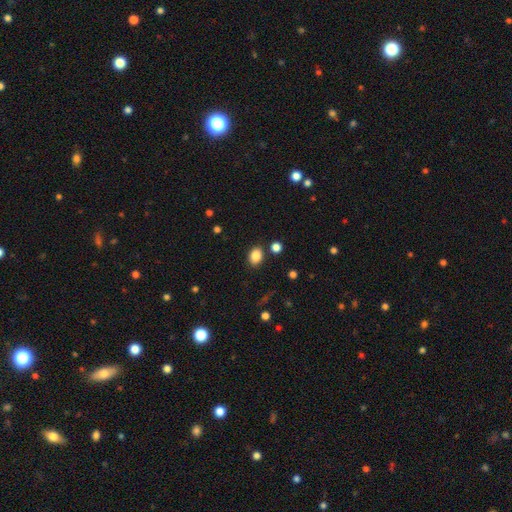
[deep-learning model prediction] smooth_or_featured: smooth (p=0.86) [alt: star or artifact p=0.10]
how_rounded: in between (p=0.69) [alt: round p=0.30]
merging: none (p=0.83) [alt: minor disturbance p=0.10]